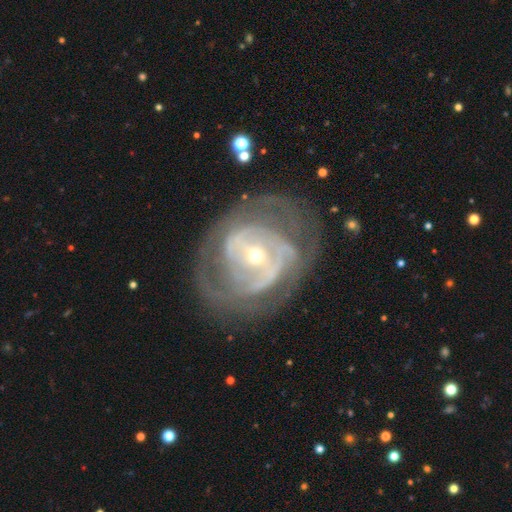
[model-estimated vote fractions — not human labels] Smooth or featured? featured or disk (84%)
Edge-on disk? no (96%)
Bar? no (42%)
Spiral arms? yes (84%)
Spiral winding? tight (55%)
Spiral arm count? can't tell (37%)
Bulge size? small (74%)
Merging? none (63%)